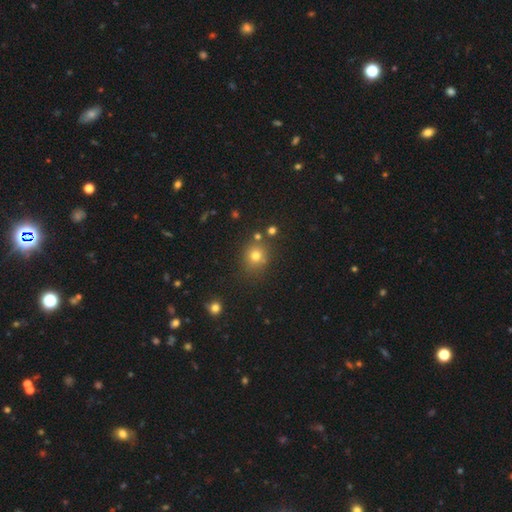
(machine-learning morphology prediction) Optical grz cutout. It shows a smooth galaxy with no disk features (75%) that is round (84%). Merging: none (78%).